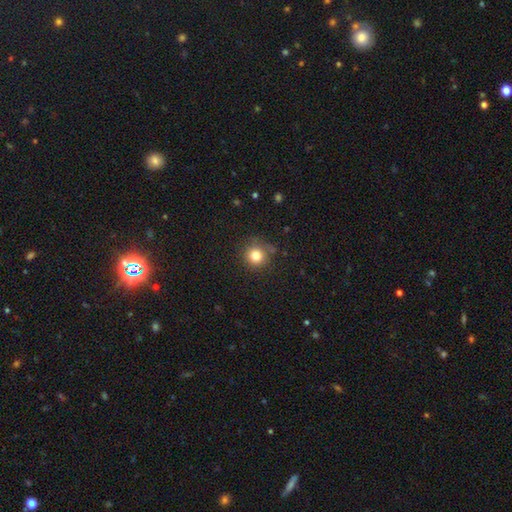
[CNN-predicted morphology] Smooth or featured: smooth — 81% (star or artifact — 12%)
How rounded: round — 94% (in between — 5%)
Merging: none — 82% (minor disturbance — 12%)